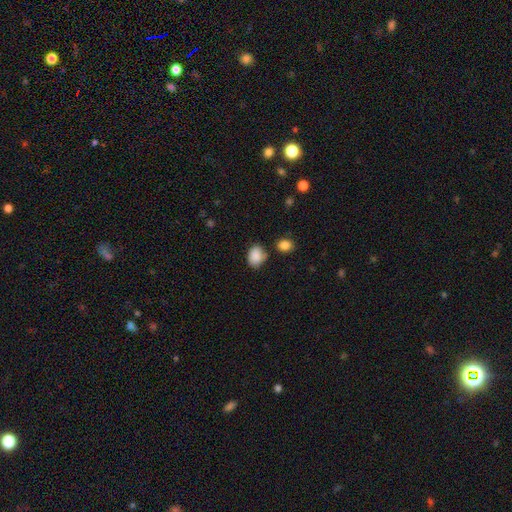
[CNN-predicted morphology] Smooth or featured?
  - smooth: 87% *
  - star or artifact: 8%
  - featured or disk: 4%
How rounded?
  - in between: 63% *
  - round: 36%
  - cigar-shaped: 1%
Merging?
  - none: 65% *
  - minor disturbance: 21%
  - merger: 9%
  - major disturbance: 5%